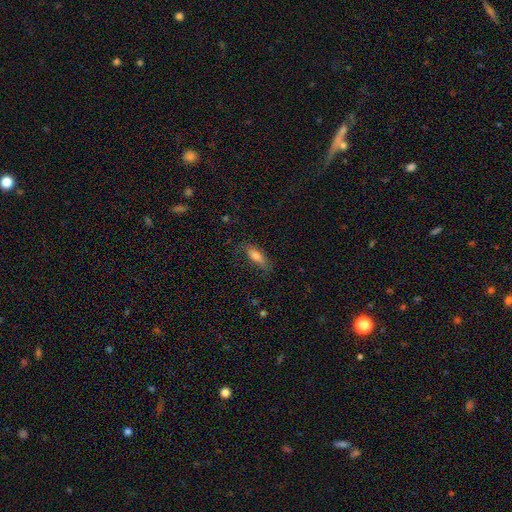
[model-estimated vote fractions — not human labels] Smooth or featured? Predicted: smooth (p=0.77). How rounded? Predicted: in between (p=0.62). Merging? Predicted: none (p=0.69).